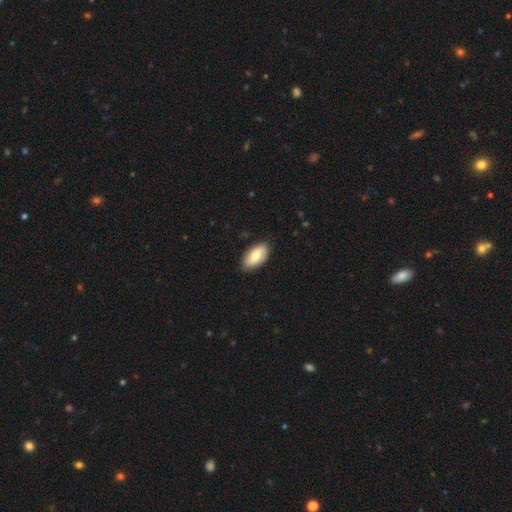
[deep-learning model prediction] smooth-or-featured: smooth: 76% | featured or disk: 19% | star or artifact: 6%
  how-rounded: in between: 94% | cigar-shaped: 3% | round: 3%
  merging: none: 87% | minor disturbance: 11% | major disturbance: 2% | merger: 1%